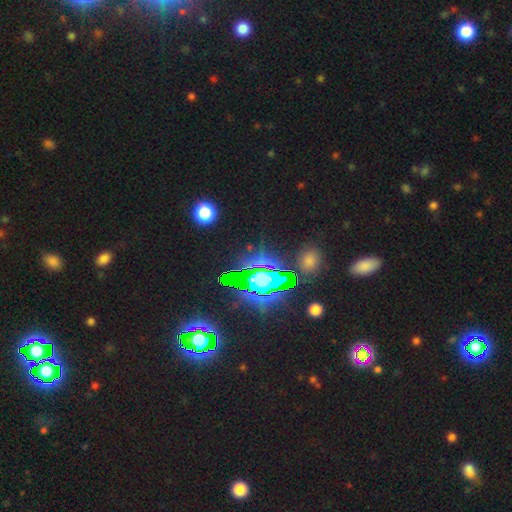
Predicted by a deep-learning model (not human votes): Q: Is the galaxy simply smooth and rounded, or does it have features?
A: star or artifact — 81%.